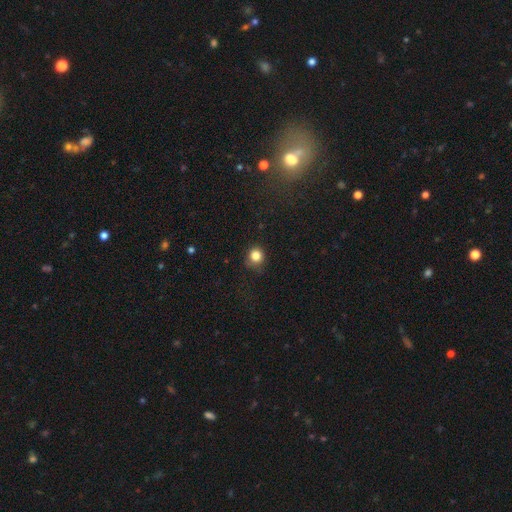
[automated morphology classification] Smooth or featured: smooth — 83% (star or artifact — 12%)
How rounded: round — 90% (in between — 10%)
Merging: none — 78% (minor disturbance — 16%)